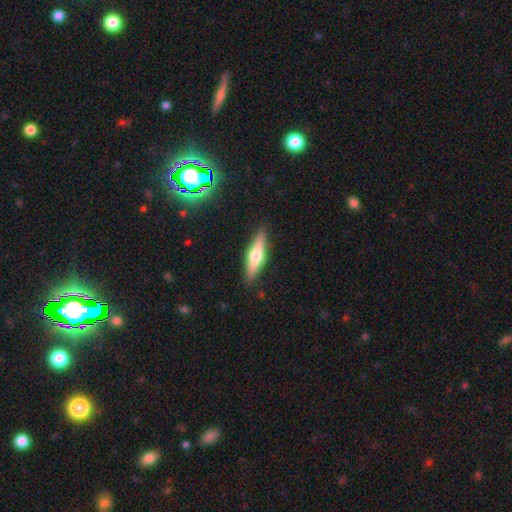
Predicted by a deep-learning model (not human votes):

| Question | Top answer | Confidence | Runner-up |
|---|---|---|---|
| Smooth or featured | smooth | 48% | featured or disk (46%) |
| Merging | none | 89% | minor disturbance (8%) |